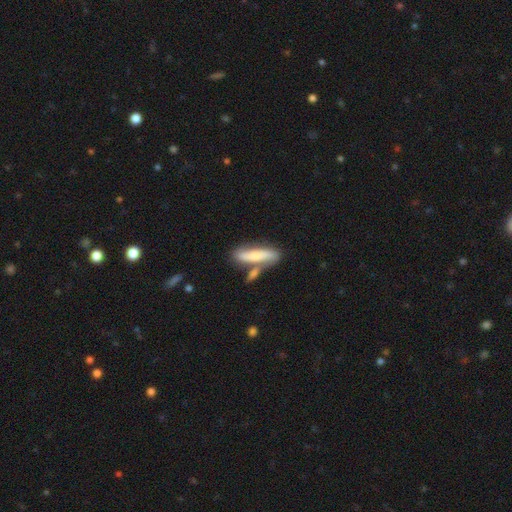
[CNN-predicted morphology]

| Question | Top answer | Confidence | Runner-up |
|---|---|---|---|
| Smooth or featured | smooth | 56% | featured or disk (38%) |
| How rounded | cigar-shaped | 68% | in between (30%) |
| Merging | none | 56% | merger (26%) |